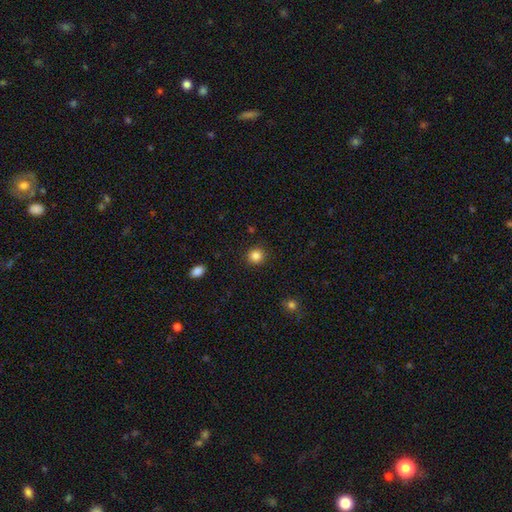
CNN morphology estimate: Overall: smooth (85%). How rounded: round (92%). Merging: none (91%).